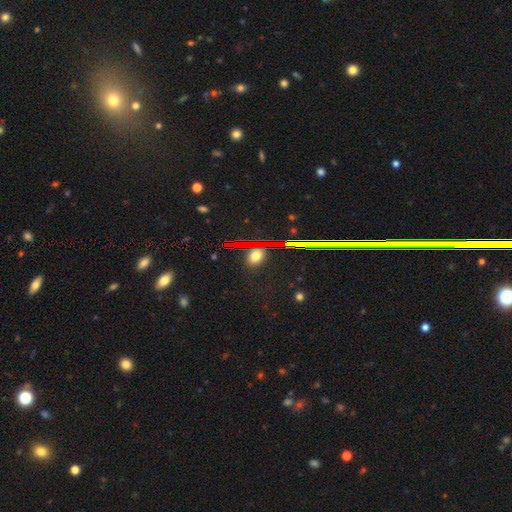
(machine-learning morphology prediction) A smooth galaxy with no disk features (60%) that is round (59%). Merging: none (80%).